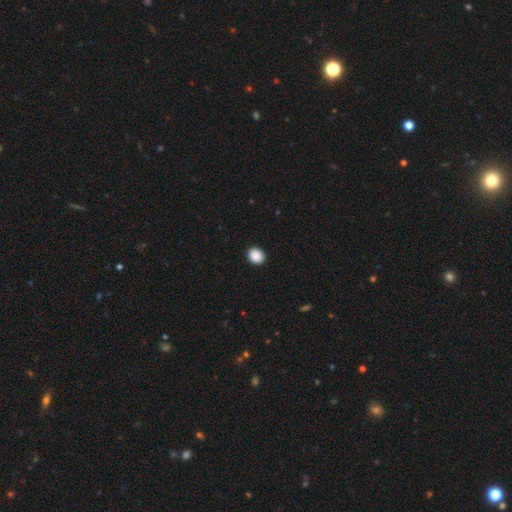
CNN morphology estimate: This appears to be a smooth galaxy with no disk features (90%) that is round (60%). Merging: none (92%).